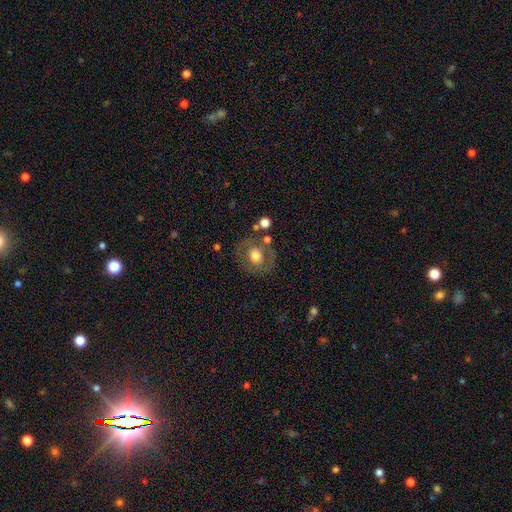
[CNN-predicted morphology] Smooth or featured: smooth — 55% (featured or disk — 36%)
How rounded: round — 78% (in between — 21%)
Merging: none — 73% (minor disturbance — 14%)